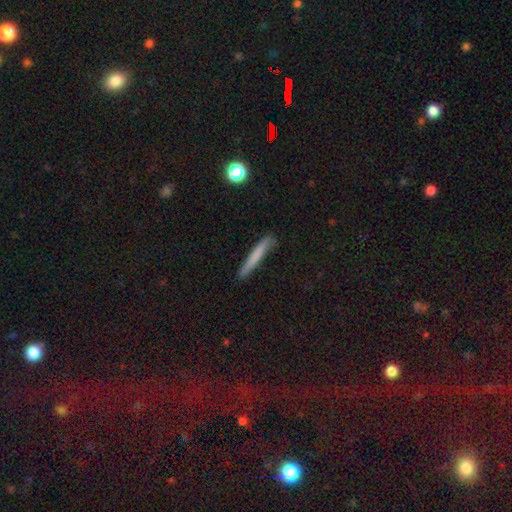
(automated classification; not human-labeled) Smooth or featured: smooth — 68% (featured or disk — 26%)
How rounded: cigar-shaped — 96% (in between — 3%)
Merging: none — 83% (minor disturbance — 13%)